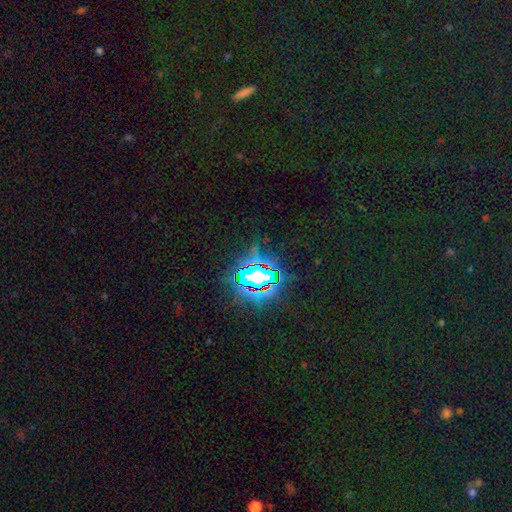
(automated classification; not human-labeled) smooth-or-featured: star or artifact: 80% | smooth: 12% | featured or disk: 9%